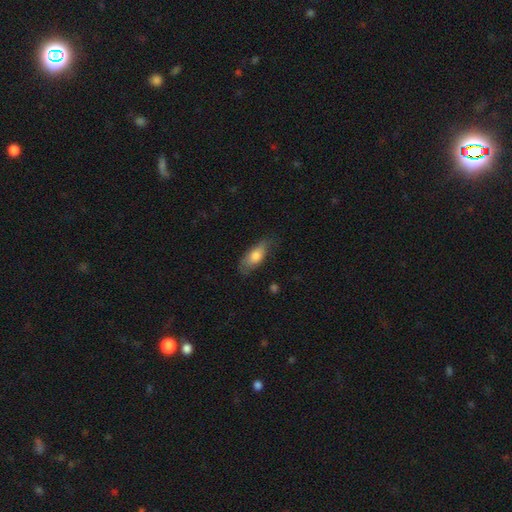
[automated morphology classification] Smooth or featured? Predicted: smooth (p=0.74). How rounded? Predicted: in between (p=0.78). Merging? Predicted: none (p=0.65).